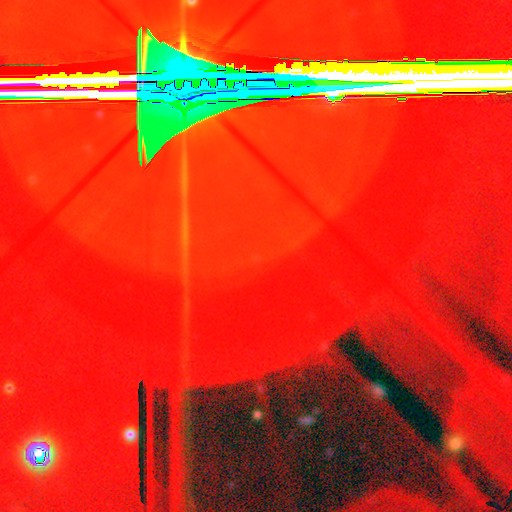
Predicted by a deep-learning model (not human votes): The model was most divided on "smooth or featured": star or artifact: 89%, featured or disk: 7%, smooth: 4%.